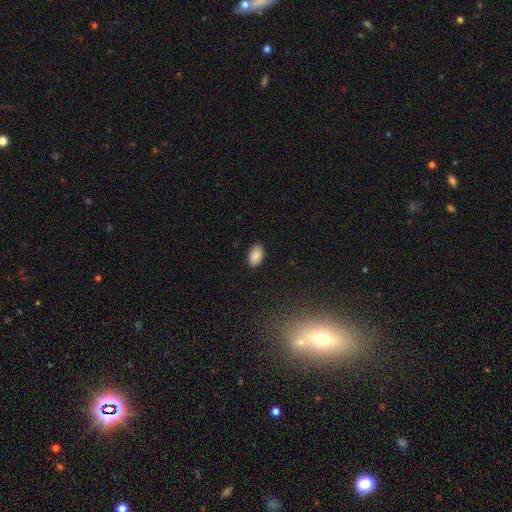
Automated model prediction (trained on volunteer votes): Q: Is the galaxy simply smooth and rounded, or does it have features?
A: smooth — 88%.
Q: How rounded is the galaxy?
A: in between — 93%.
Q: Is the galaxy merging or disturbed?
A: none — 88%.